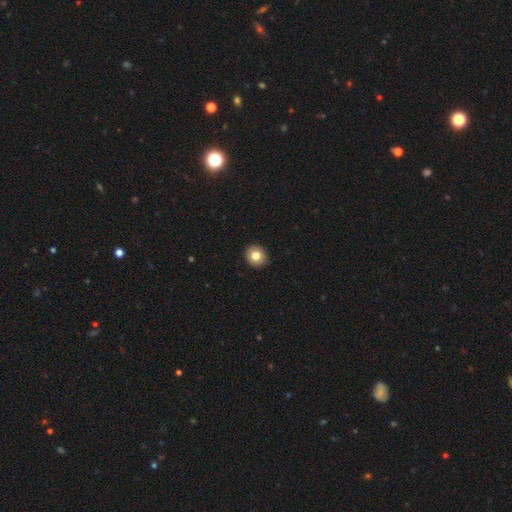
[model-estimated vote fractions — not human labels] The model was most divided on "smooth or featured": smooth: 82%, star or artifact: 10%, featured or disk: 8%. More confident: merging — none (93%); how rounded — round (89%).